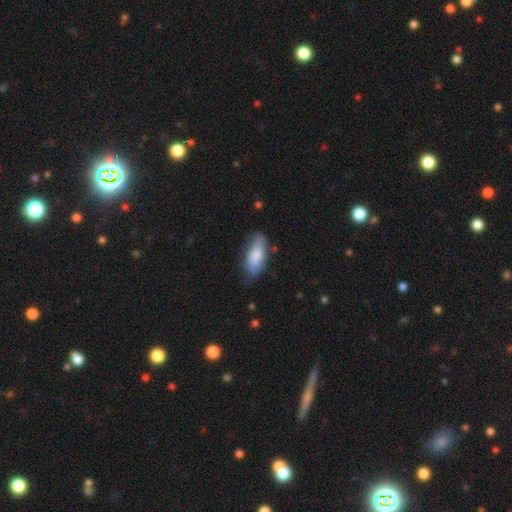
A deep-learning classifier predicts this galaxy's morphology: Smooth or featured? smooth (76%)
How rounded? in between (78%)
Merging? none (58%)